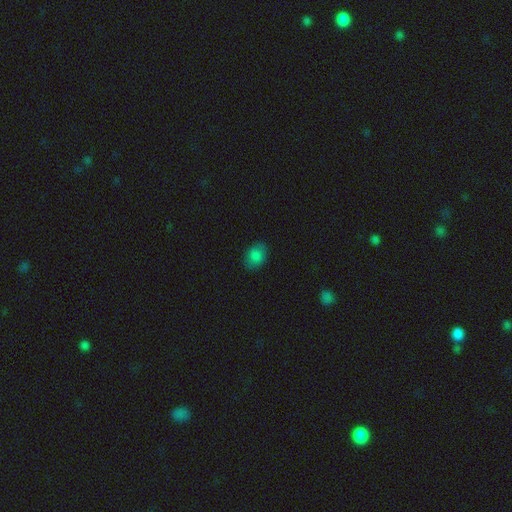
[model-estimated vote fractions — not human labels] Smooth or featured? Predicted: smooth (p=0.82). How rounded? Predicted: in between (p=0.70). Merging? Predicted: none (p=0.82).